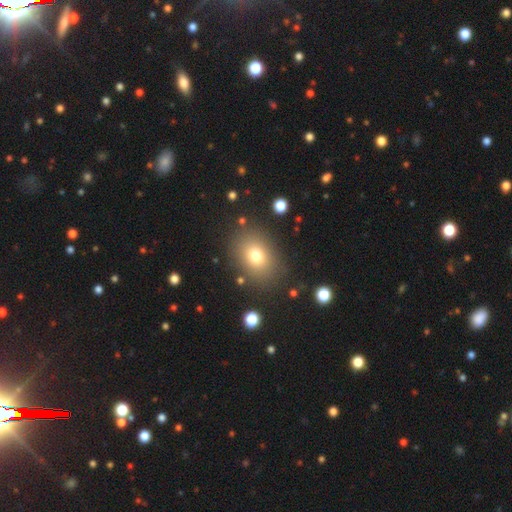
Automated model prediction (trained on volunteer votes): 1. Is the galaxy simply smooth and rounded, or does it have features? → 74% smooth, 14% star or artifact, 12% featured or disk.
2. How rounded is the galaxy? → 62% in between, 37% round, 1% cigar-shaped.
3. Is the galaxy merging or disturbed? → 82% none, 10% minor disturbance, 5% major disturbance, 2% merger.